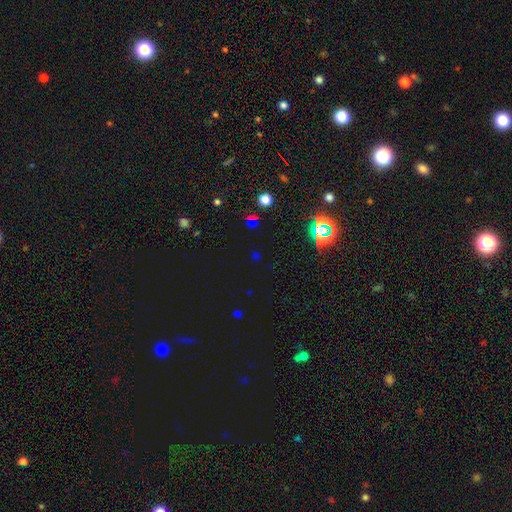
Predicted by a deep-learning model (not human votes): A star or artifact, not a galaxy (72%).